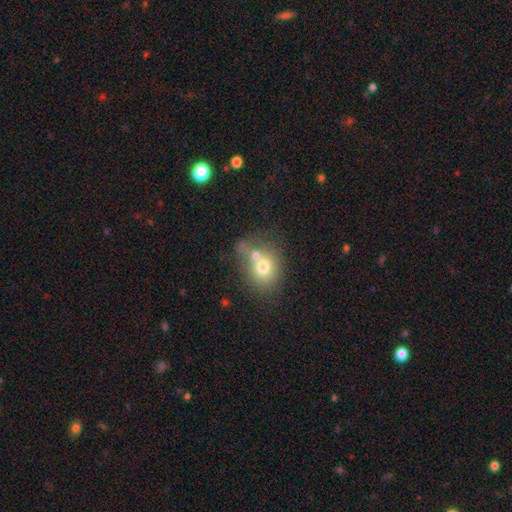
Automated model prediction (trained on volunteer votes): smooth-or-featured: smooth: 69% | featured or disk: 21% | star or artifact: 10%
  how-rounded: round: 59% | in between: 40% | cigar-shaped: 1%
  merging: merger: 55% | none: 29% | minor disturbance: 10% | major disturbance: 6%